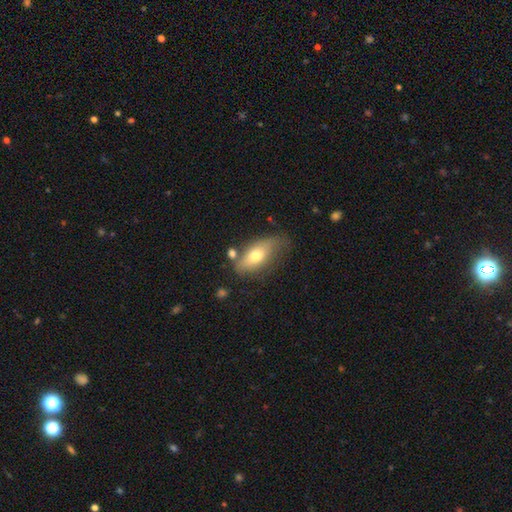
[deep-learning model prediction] Smooth or featured?
  - smooth: 65% *
  - featured or disk: 28%
  - star or artifact: 7%
How rounded?
  - in between: 83% *
  - cigar-shaped: 12%
  - round: 5%
Merging?
  - none: 50% *
  - minor disturbance: 27%
  - major disturbance: 13%
  - merger: 9%